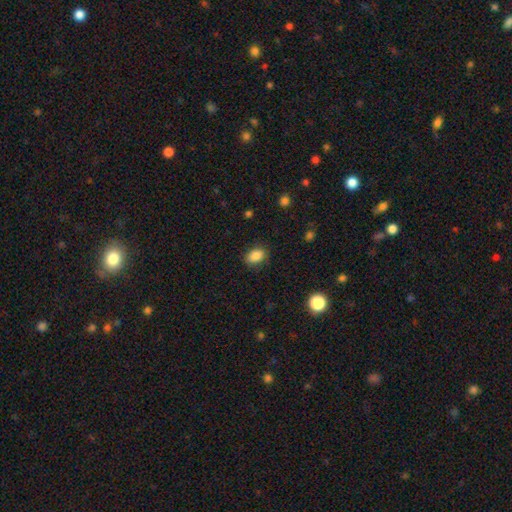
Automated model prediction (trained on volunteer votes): Smooth or featured? smooth (87%)
How rounded? in between (81%)
Merging? none (83%)